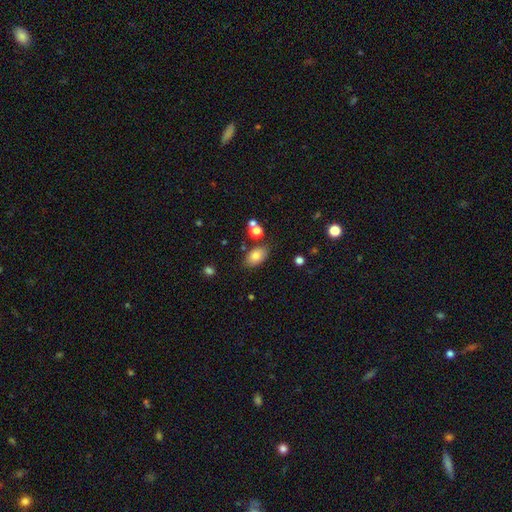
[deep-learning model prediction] This appears to be a smooth galaxy with no disk features (80%) that is in between round and cigar-shaped (88%). Merging: none (78%).